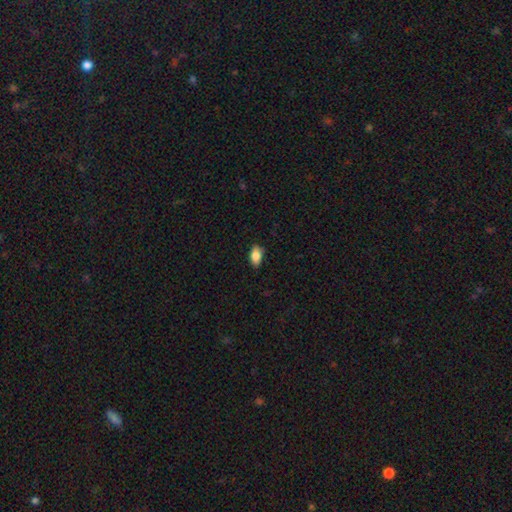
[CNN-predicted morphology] The model was most divided on "merging": none: 83%, minor disturbance: 14%, major disturbance: 2%, merger: 1%. More confident: how rounded — in between (90%); smooth or featured — smooth (84%).